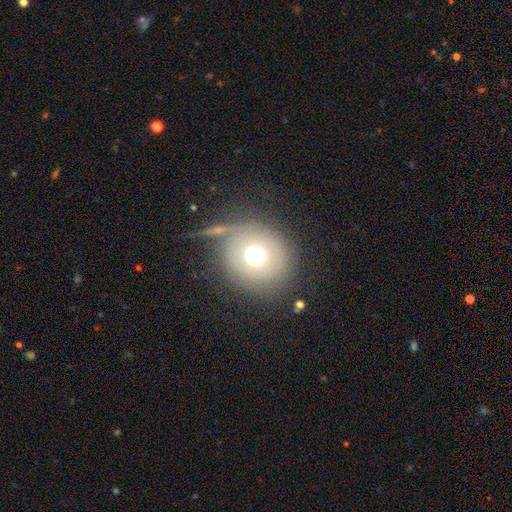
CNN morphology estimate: smooth-or-featured: smooth: 67% | featured or disk: 19% | star or artifact: 14%
  how-rounded: round: 88% | in between: 11% | cigar-shaped: 1%
  merging: none: 70% | minor disturbance: 12% | merger: 9% | major disturbance: 8%